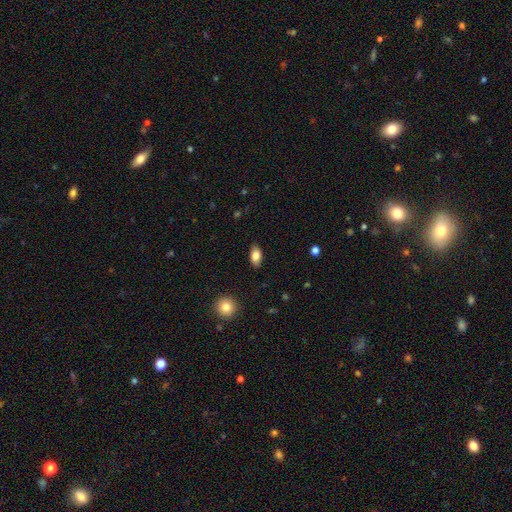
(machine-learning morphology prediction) This is clearly a smooth galaxy (82%). How rounded: clearly in between (90%). Merging: clearly none (87%).